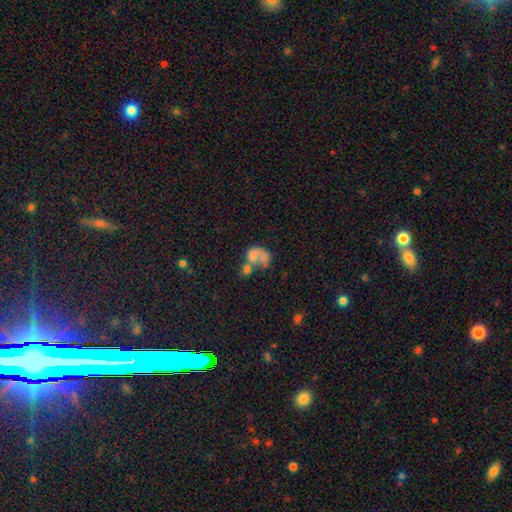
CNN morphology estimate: smooth_or_featured: smooth (p=0.58) [alt: featured or disk p=0.31]
how_rounded: in between (p=0.63) [alt: round p=0.35]
merging: merger (p=0.52) [alt: major disturbance p=0.24]